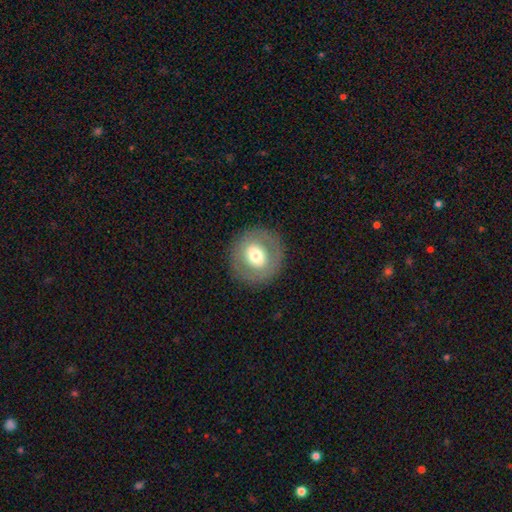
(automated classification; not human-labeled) The model was most divided on "smooth or featured": smooth: 59%, featured or disk: 33%, star or artifact: 8%. More confident: how rounded — round (90%); merging — none (86%).